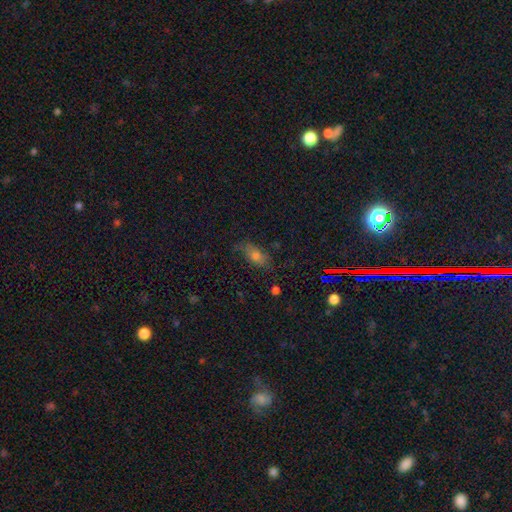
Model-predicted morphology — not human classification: smooth_or_featured: smooth (p=0.53) [alt: featured or disk p=0.27]
how_rounded: in between (p=0.76) [alt: cigar-shaped p=0.14]
merging: none (p=0.64) [alt: minor disturbance p=0.25]